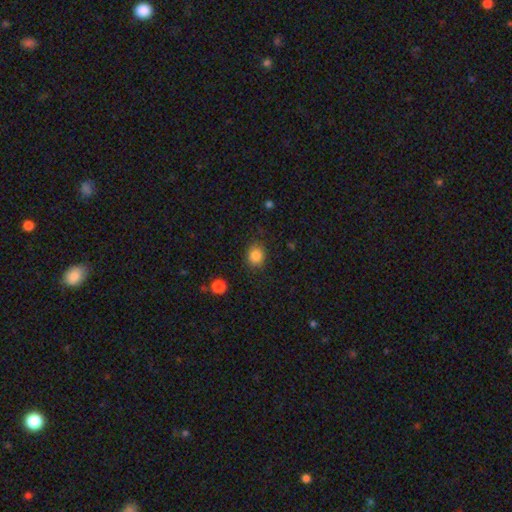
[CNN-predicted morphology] Smooth or featured?
  - smooth: 85% *
  - star or artifact: 10%
  - featured or disk: 5%
How rounded?
  - round: 67% *
  - in between: 32%
  - cigar-shaped: 1%
Merging?
  - none: 84% *
  - minor disturbance: 11%
  - major disturbance: 3%
  - merger: 2%